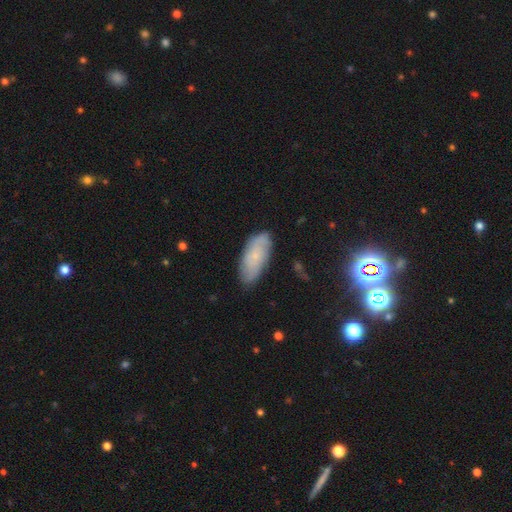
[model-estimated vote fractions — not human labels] Smooth or featured? smooth (53%)
How rounded? in between (84%)
Merging? none (78%)